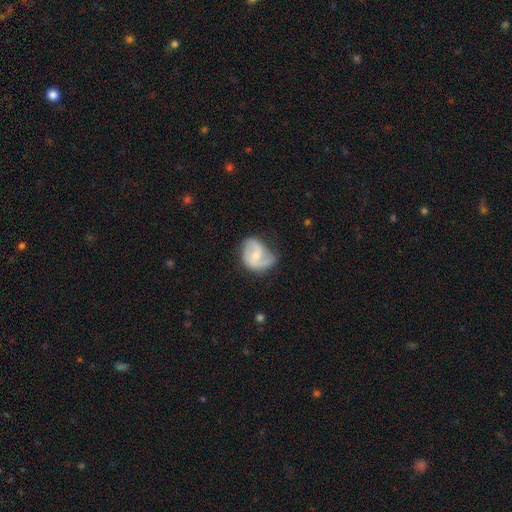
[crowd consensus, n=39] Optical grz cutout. It shows a featured or disk galaxy (82%) with a weak bar (59%), 2 (83%) loose (57%) spiral arms (94%) and a moderate central bulge (62%). Merging: minor disturbance (41%).